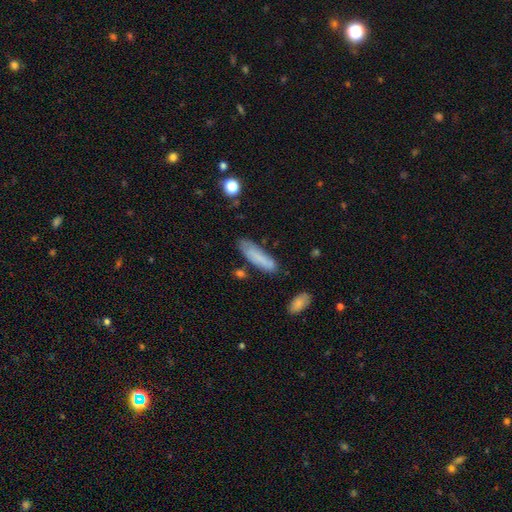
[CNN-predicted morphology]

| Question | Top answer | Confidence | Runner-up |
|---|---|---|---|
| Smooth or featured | smooth | 76% | featured or disk (16%) |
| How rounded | cigar-shaped | 64% | in between (34%) |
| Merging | none | 69% | minor disturbance (21%) |